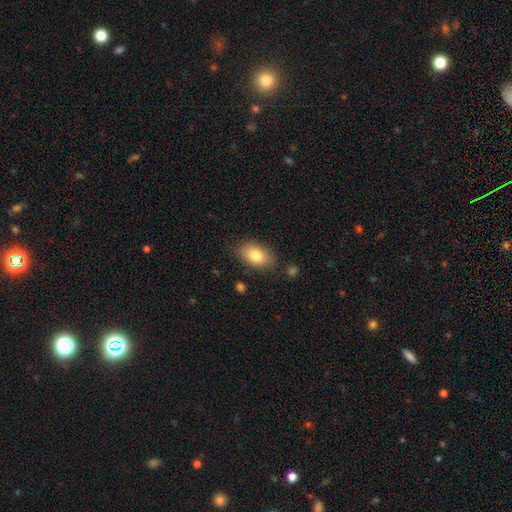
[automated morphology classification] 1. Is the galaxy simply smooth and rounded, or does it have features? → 81% smooth, 12% featured or disk, 7% star or artifact.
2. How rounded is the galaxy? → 90% in between, 8% round, 2% cigar-shaped.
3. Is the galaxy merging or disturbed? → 82% none, 13% minor disturbance, 3% major disturbance, 2% merger.